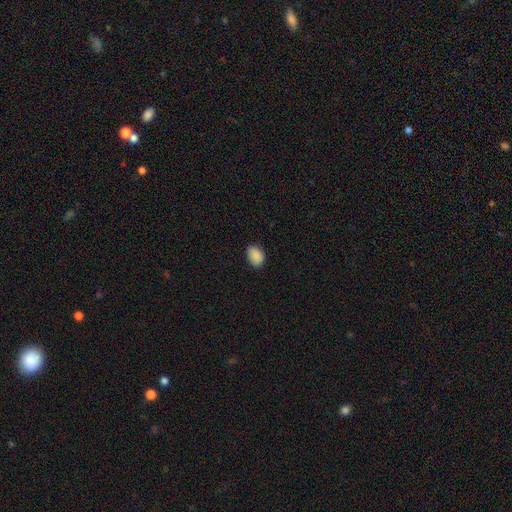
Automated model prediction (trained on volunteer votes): Morphology: type=smooth (89%); roundness=in between (80%); merging=none (77%).